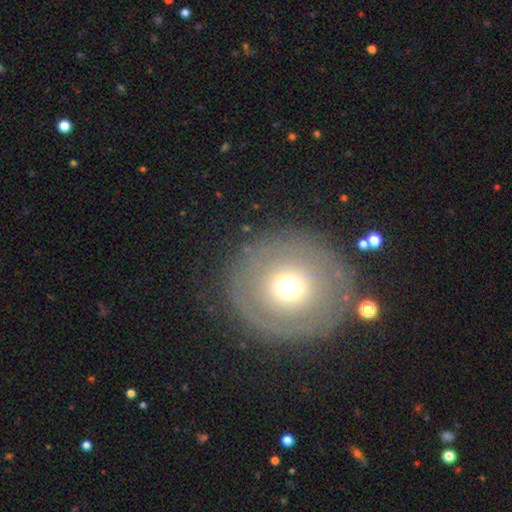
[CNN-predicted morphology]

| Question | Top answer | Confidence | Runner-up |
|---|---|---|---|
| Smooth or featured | smooth | 47% | featured or disk (43%) |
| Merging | none | 81% | minor disturbance (10%) |